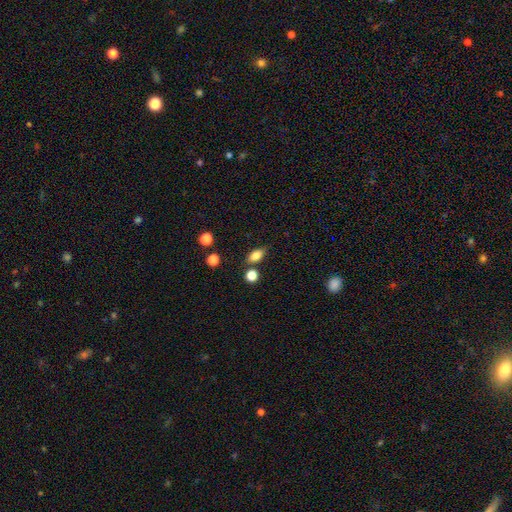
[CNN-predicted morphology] Smooth or featured: smooth — 81% (star or artifact — 10%)
How rounded: in between — 82% (round — 11%)
Merging: none — 76% (minor disturbance — 14%)